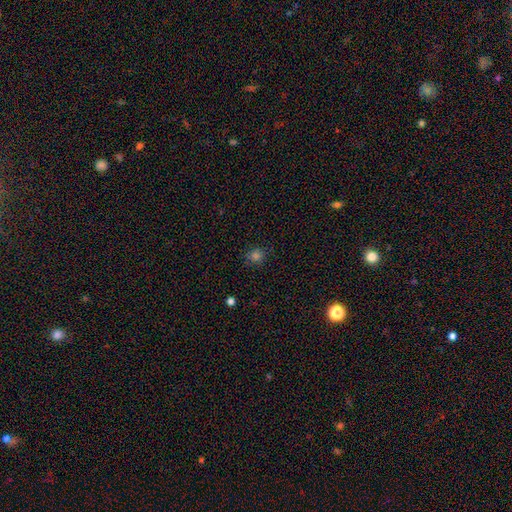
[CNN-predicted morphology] Smooth or featured?
  - smooth: 75% *
  - star or artifact: 20%
  - featured or disk: 5%
How rounded?
  - round: 87% *
  - in between: 12%
  - cigar-shaped: 1%
Merging?
  - none: 86% *
  - minor disturbance: 10%
  - major disturbance: 3%
  - merger: 1%